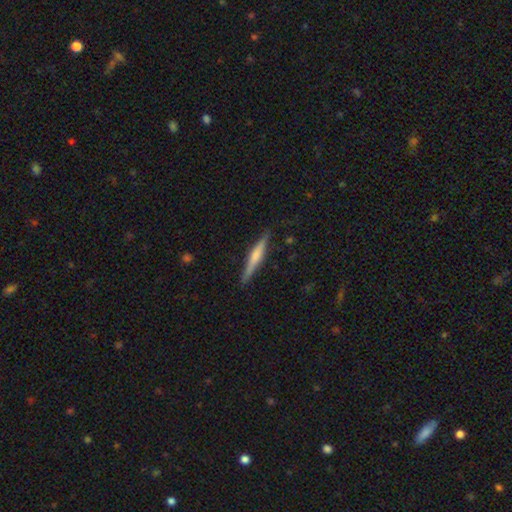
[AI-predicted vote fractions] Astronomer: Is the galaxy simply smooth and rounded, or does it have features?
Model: featured or disk — 55% (runner-up: smooth, 39%).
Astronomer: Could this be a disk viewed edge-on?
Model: yes — 98%.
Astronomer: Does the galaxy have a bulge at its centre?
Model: rounded — 55%.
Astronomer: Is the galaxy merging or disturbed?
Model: none — 88%.